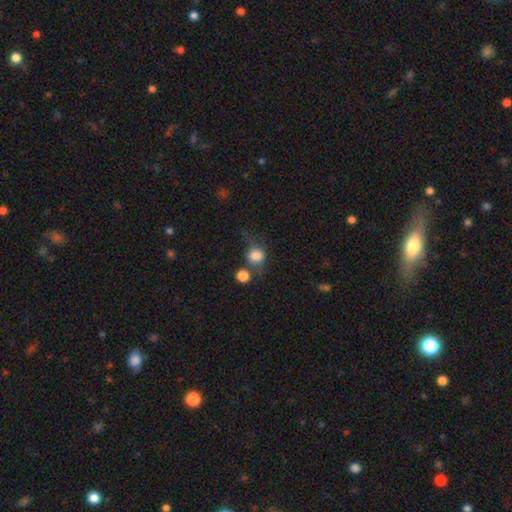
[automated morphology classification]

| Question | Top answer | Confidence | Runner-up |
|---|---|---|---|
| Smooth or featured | smooth | 78% | featured or disk (11%) |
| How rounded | round | 67% | in between (32%) |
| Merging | none | 46% | minor disturbance (20%) |